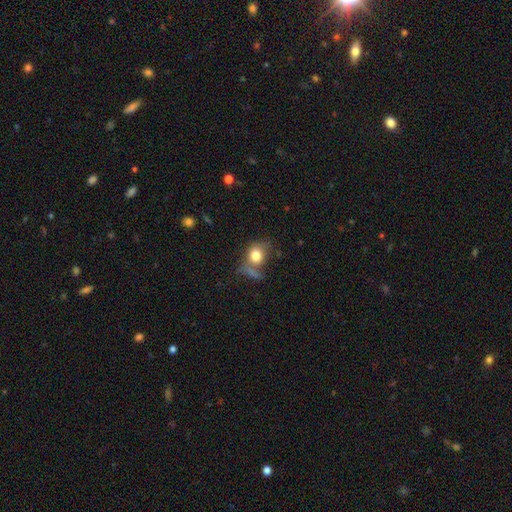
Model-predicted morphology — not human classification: A smooth galaxy with no disk features (77%) that is round (52%). Merging: none (44%).